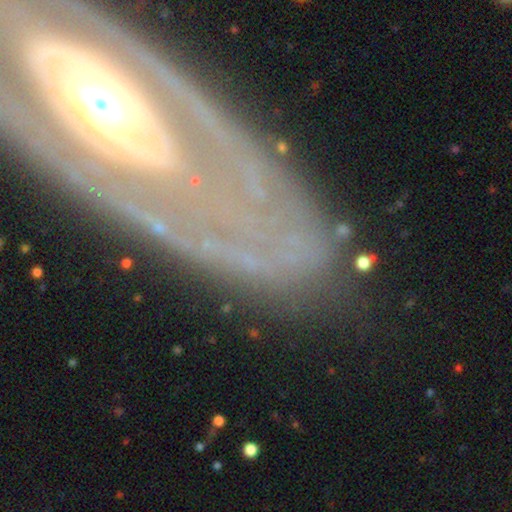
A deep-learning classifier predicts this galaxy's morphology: This appears to be a featured or disk galaxy (54%). Merging: none (64%).